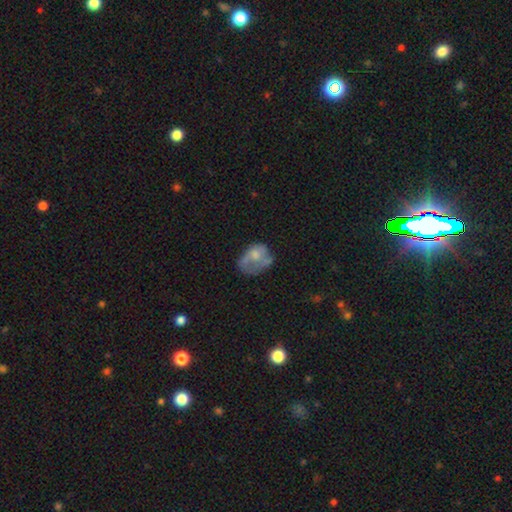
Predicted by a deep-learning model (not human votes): smooth 52%, featured or disk 39%, star or artifact 9%. Down the decision tree: how rounded — in between (67%); merging — major disturbance (36%).